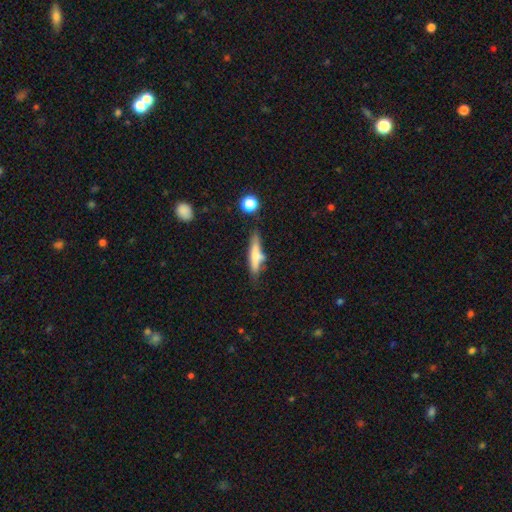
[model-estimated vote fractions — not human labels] Overall: smooth (61%; featured or disk 31%). How rounded: cigar-shaped (80%). Merging: none (61%; minor disturbance 23%).